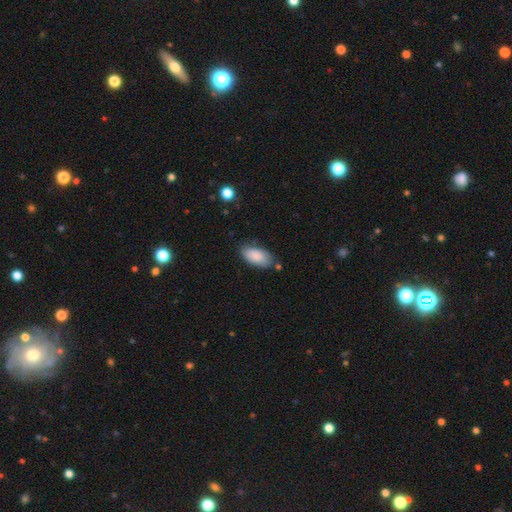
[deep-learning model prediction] Smooth or featured: smooth — 87% (featured or disk — 7%)
How rounded: in between — 93% (cigar-shaped — 4%)
Merging: none — 72% (minor disturbance — 20%)